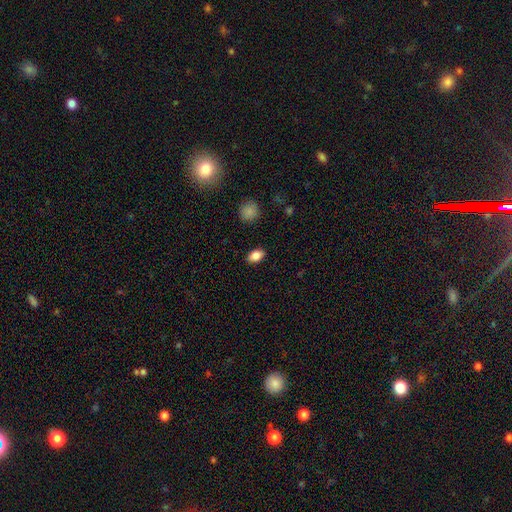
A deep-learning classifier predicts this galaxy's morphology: A smooth galaxy with no disk features (84%) that is in between round and cigar-shaped (87%). Merging: none (88%).